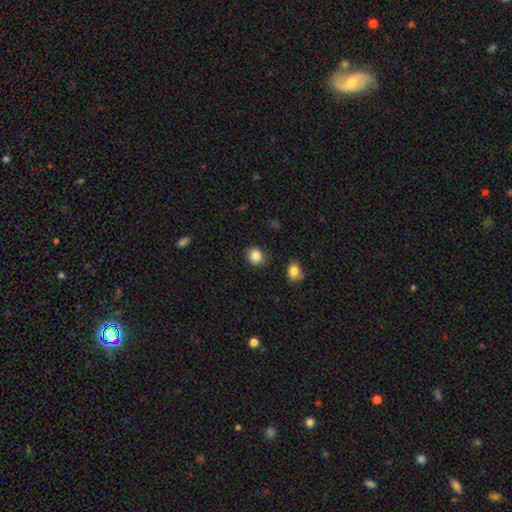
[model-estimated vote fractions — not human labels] smooth-or-featured: smooth: 86% | star or artifact: 10% | featured or disk: 4%
  how-rounded: round: 73% | in between: 26% | cigar-shaped: 1%
  merging: none: 85% | minor disturbance: 10% | major disturbance: 3% | merger: 2%